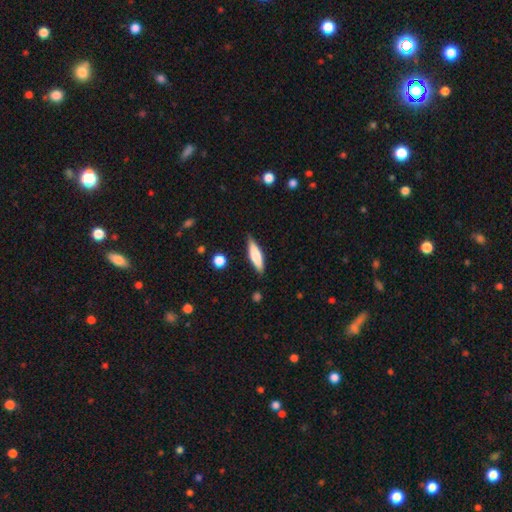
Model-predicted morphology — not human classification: Smooth or featured? smooth (66%)
How rounded? cigar-shaped (66%)
Merging? none (84%)